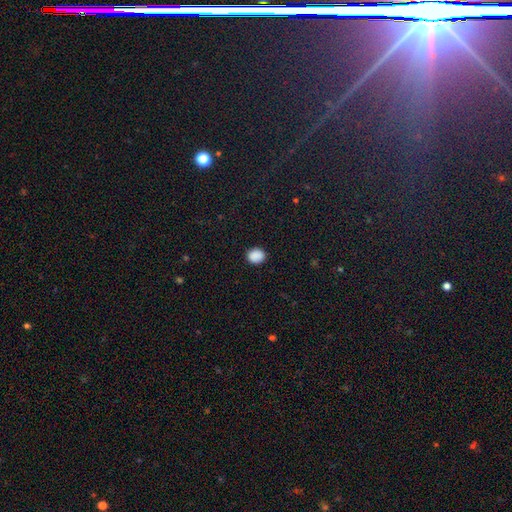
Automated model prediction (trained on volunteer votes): Smooth or featured? smooth (89%)
How rounded? round (60%)
Merging? none (90%)